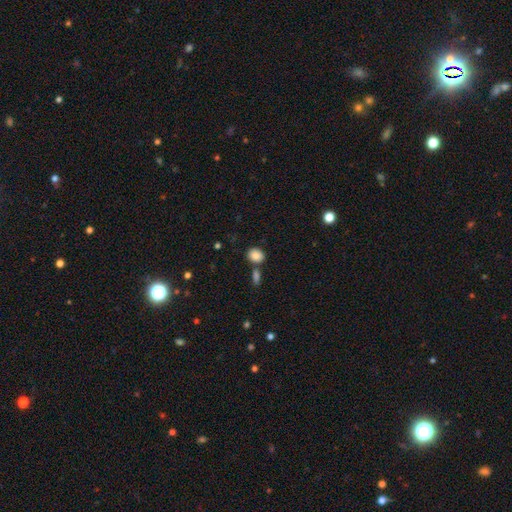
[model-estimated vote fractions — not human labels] Smooth or featured? Predicted: smooth (p=0.88). How rounded? Predicted: round (p=0.55). Merging? Predicted: none (p=0.66).